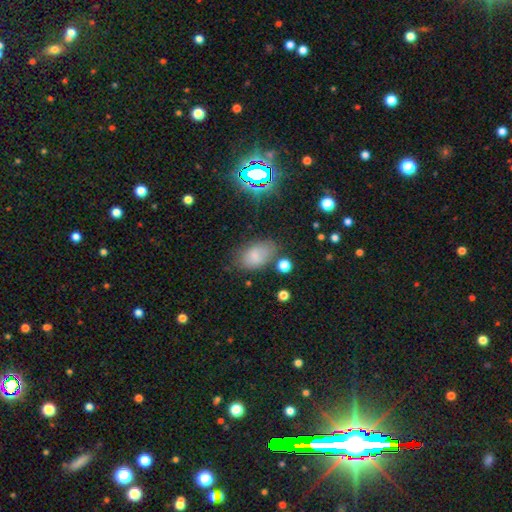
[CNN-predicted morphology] smooth_or_featured: smooth (p=0.74) [alt: star or artifact p=0.15]
how_rounded: in between (p=0.89) [alt: round p=0.09]
merging: none (p=0.66) [alt: minor disturbance p=0.21]